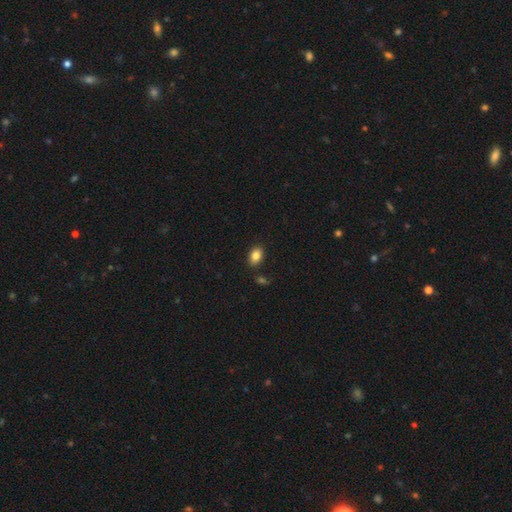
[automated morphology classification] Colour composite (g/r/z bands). It shows a smooth galaxy with no disk features (84%) that is in between round and cigar-shaped (83%). Merging: none (85%).